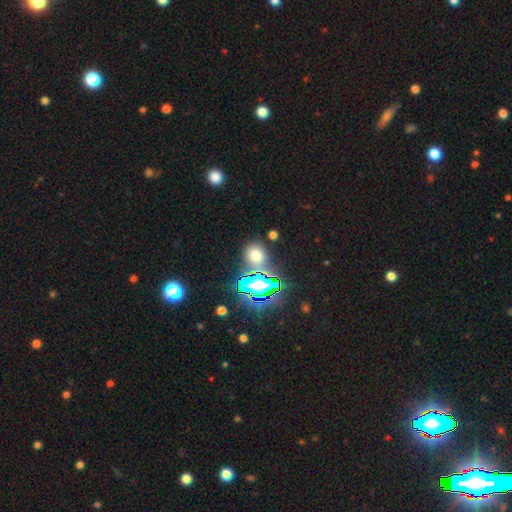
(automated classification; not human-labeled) Morphology: type=smooth (56%); roundness=round (72%); merging=none (75%).